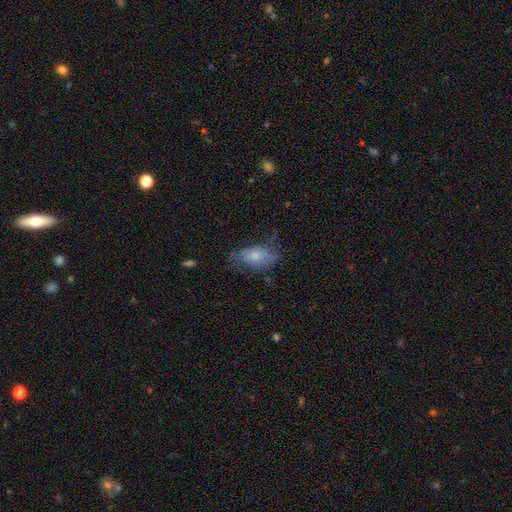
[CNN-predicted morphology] smooth_or_featured: smooth (p=0.56) [alt: featured or disk p=0.35]
how_rounded: in between (p=0.89) [alt: round p=0.06]
merging: none (p=0.53) [alt: minor disturbance p=0.29]